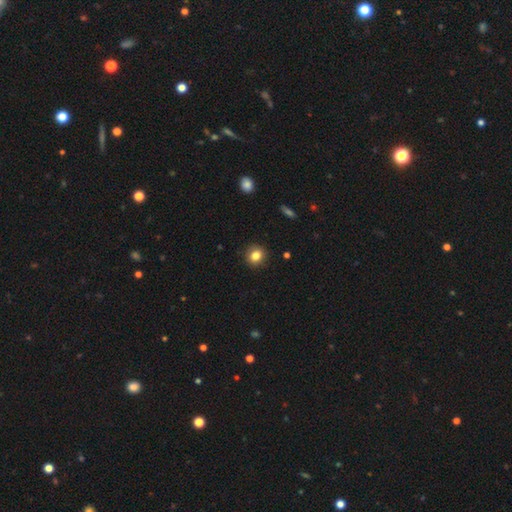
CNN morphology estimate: smooth 83%, star or artifact 11%, featured or disk 6%. Down the decision tree: how rounded — round (84%); merging — none (90%).